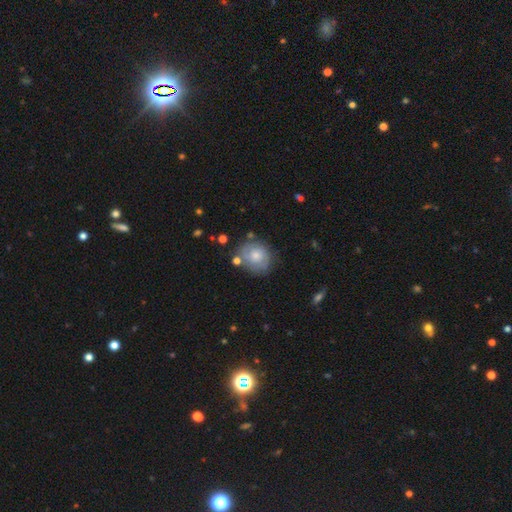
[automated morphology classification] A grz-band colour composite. It shows a smooth galaxy with no disk features (58%) that is round (70%). Merging: none (65%).